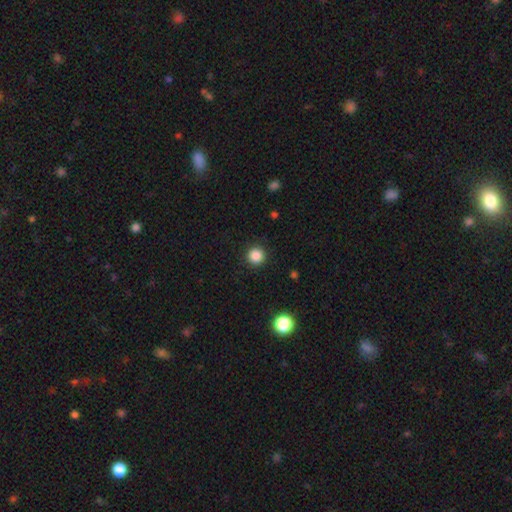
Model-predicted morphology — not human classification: Smooth or featured?
  - smooth: 86% *
  - star or artifact: 11%
  - featured or disk: 3%
How rounded?
  - round: 95% *
  - in between: 4%
  - cigar-shaped: 1%
Merging?
  - none: 92% *
  - minor disturbance: 5%
  - major disturbance: 2%
  - merger: 1%